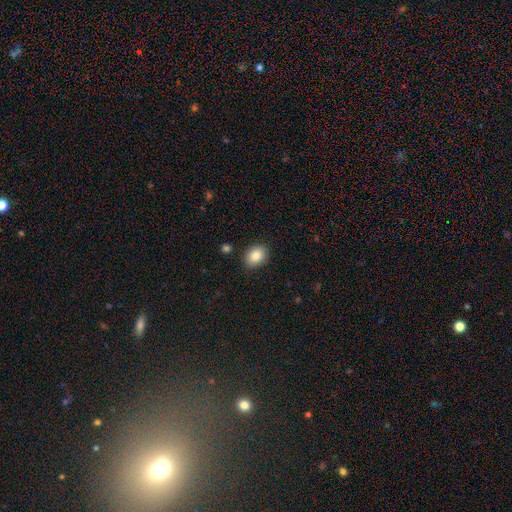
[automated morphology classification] smooth_or_featured: smooth (p=0.85) [alt: star or artifact p=0.08]
how_rounded: in between (p=0.62) [alt: round p=0.37]
merging: none (p=0.85) [alt: minor disturbance p=0.10]